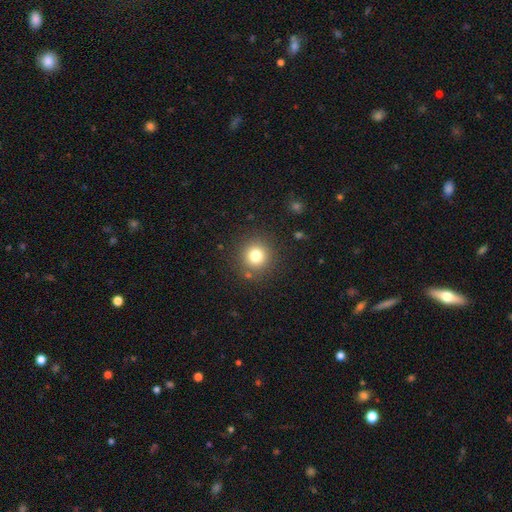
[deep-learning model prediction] The model was most divided on "smooth or featured": smooth: 78%, star or artifact: 13%, featured or disk: 9%. More confident: how rounded — round (94%); merging — none (87%).